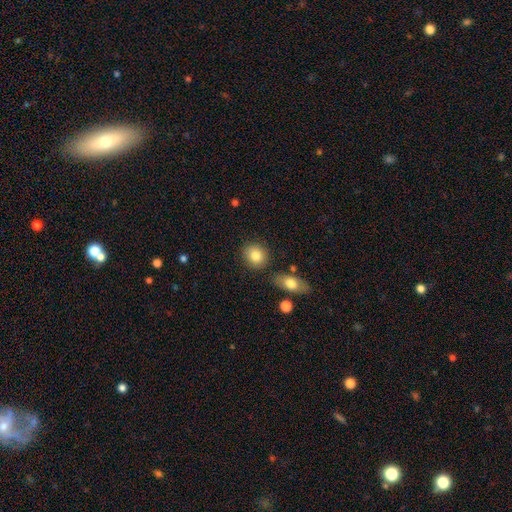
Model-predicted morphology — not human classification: This is clearly a smooth galaxy (83%). How rounded: likely round (75%). Merging: clearly none (84%).